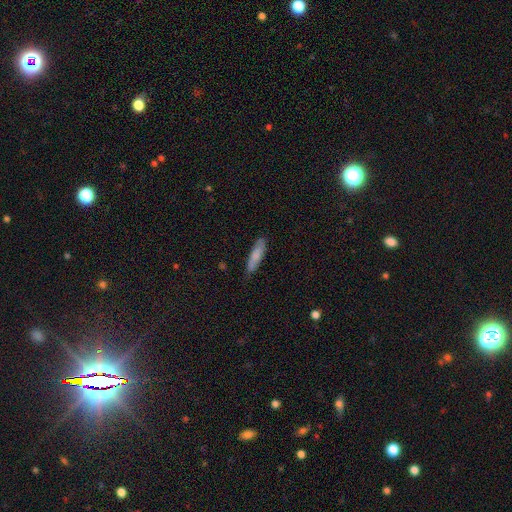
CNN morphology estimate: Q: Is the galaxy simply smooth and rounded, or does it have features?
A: smooth — 76%.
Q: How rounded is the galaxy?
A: cigar-shaped — 71%.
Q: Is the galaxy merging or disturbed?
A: none — 79%.